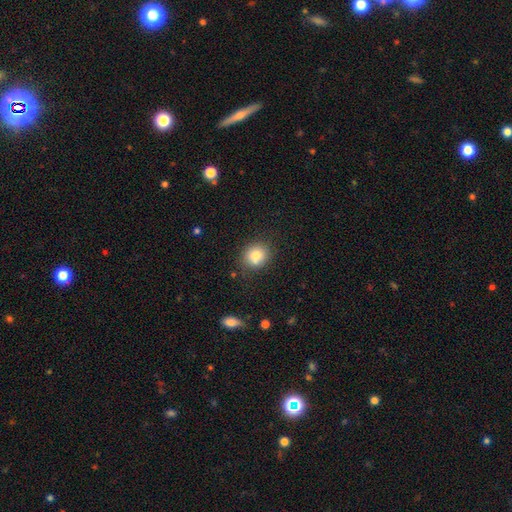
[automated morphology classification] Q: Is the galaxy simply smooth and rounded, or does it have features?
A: smooth — 80%.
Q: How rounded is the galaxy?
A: round — 77%.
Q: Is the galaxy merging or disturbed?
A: none — 77%.